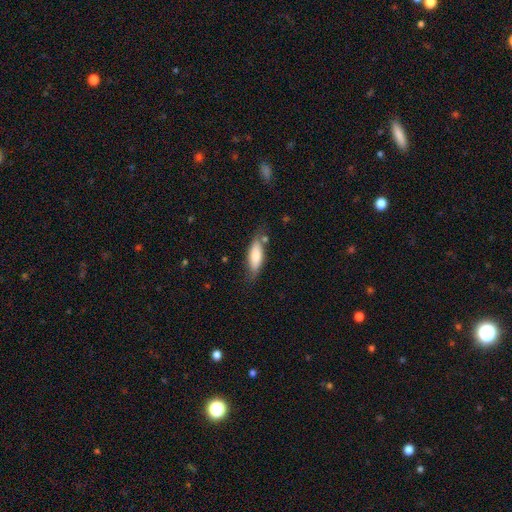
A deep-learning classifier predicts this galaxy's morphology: smooth 73%, featured or disk 21%, star or artifact 6%. Down the decision tree: how rounded — in between (60%); merging — none (67%).